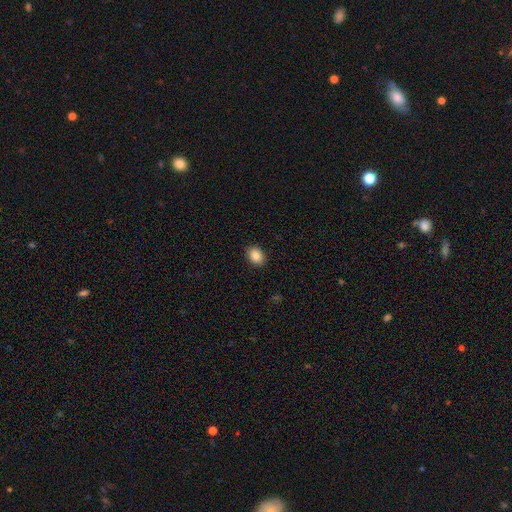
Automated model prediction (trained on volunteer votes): Smooth or featured? Predicted: smooth (p=0.88). How rounded? Predicted: in between (p=0.71). Merging? Predicted: none (p=0.90).